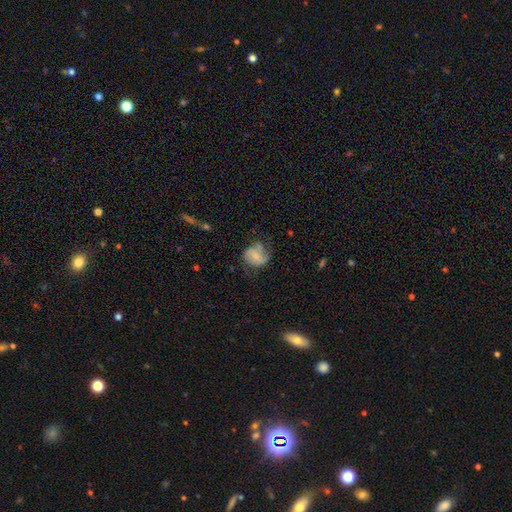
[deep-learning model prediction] A featured or disk galaxy (52%) with no bar (48%), spiral arms (77%) and a small central bulge (55%).

Vote fractions:
- Smooth or featured? featured or disk: 52% / smooth: 40% / star or artifact: 8%
- Edge-on disk? no: 97% / yes: 3%
- Bar? no: 48% / weak: 39% / strong: 13%
- Spiral arms? yes: 77% / no: 23%
- Bulge size? small: 55% / moderate: 26% / none: 16% / large: 2% / dominant: 1%
- Merging? none: 46% / minor disturbance: 29% / major disturbance: 22% / merger: 3%